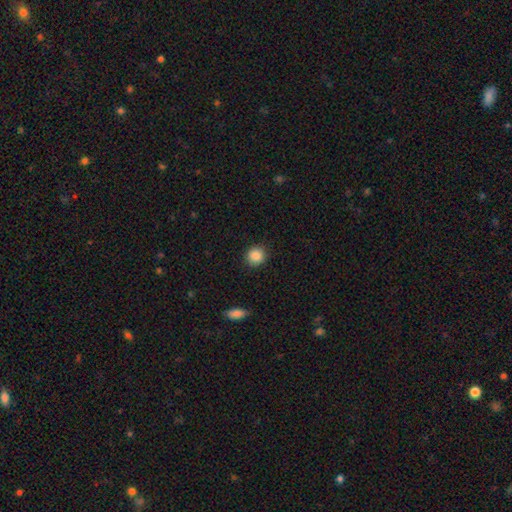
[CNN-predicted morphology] Smooth or featured: smooth — 87% (star or artifact — 9%)
How rounded: round — 87% (in between — 12%)
Merging: none — 89% (minor disturbance — 8%)